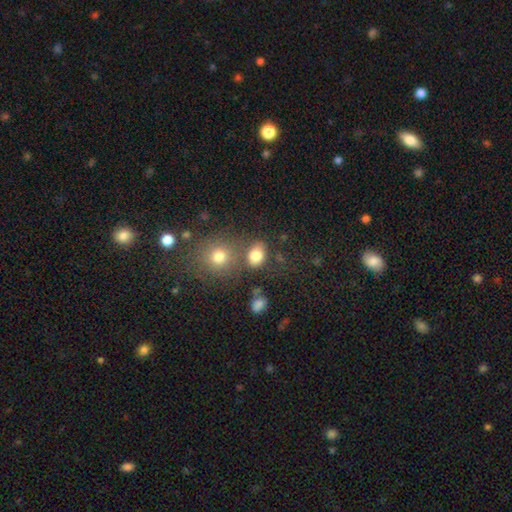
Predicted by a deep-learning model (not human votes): A smooth galaxy with no disk features (80%) that is in between round and cigar-shaped (61%).

Vote fractions:
- Smooth or featured? smooth: 80% / star or artifact: 13% / featured or disk: 7%
- How rounded? in between: 61% / round: 37% / cigar-shaped: 1%
- Merging? none: 61% / merger: 19% / minor disturbance: 14% / major disturbance: 6%